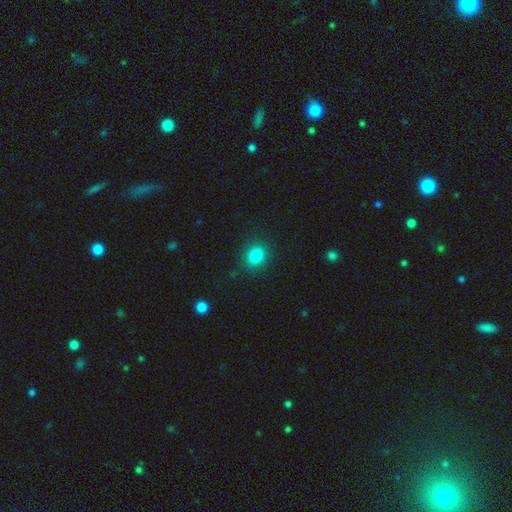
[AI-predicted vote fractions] Smooth or featured: smooth — 84% (star or artifact — 11%)
How rounded: round — 63% (in between — 36%)
Merging: none — 88% (minor disturbance — 8%)